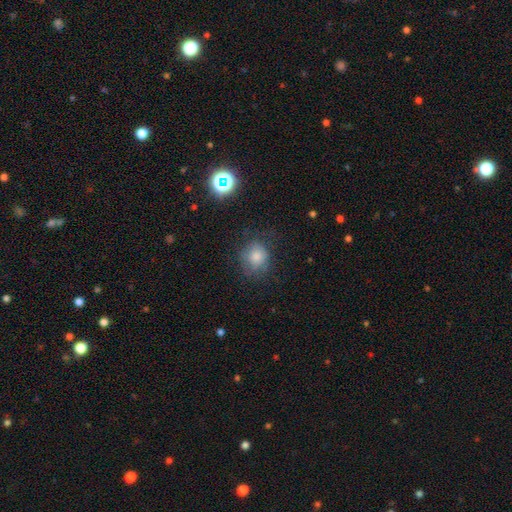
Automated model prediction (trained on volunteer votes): smooth-or-featured: smooth: 62% | star or artifact: 24% | featured or disk: 13%
  how-rounded: round: 85% | in between: 14% | cigar-shaped: 1%
  merging: none: 78% | minor disturbance: 15% | major disturbance: 6% | merger: 1%